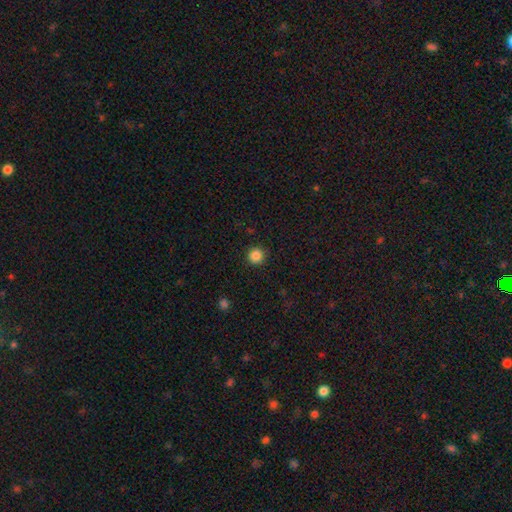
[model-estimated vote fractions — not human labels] Smooth or featured?
  - smooth: 85% *
  - star or artifact: 11%
  - featured or disk: 3%
How rounded?
  - round: 95% *
  - in between: 4%
  - cigar-shaped: 1%
Merging?
  - none: 92% *
  - minor disturbance: 5%
  - major disturbance: 2%
  - merger: 1%